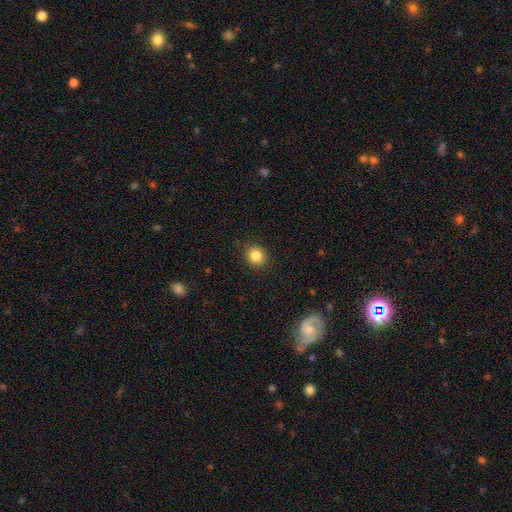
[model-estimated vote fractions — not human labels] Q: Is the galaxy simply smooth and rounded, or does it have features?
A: smooth — 85%.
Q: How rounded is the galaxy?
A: round — 83%.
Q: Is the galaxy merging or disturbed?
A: none — 89%.